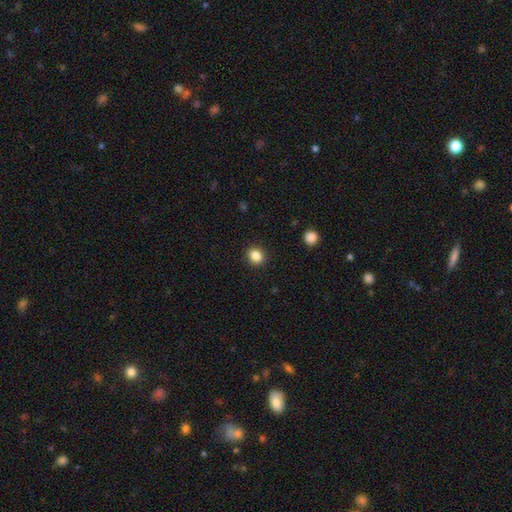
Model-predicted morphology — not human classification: Smooth or featured? smooth (85%)
How rounded? round (79%)
Merging? none (91%)